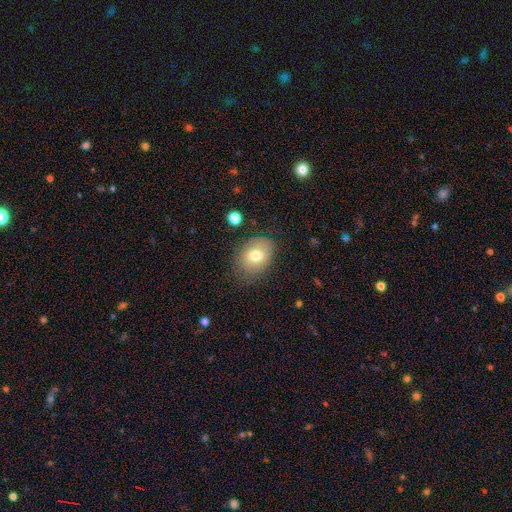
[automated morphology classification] Smooth or featured: smooth — 74% (featured or disk — 17%)
How rounded: in between — 66% (round — 33%)
Merging: none — 71% (minor disturbance — 21%)